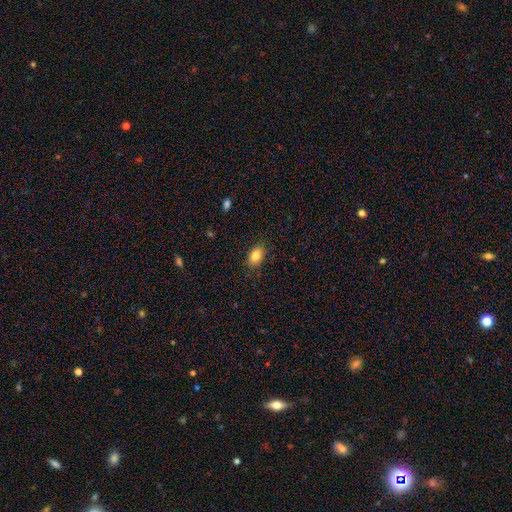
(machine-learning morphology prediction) A smooth galaxy with no disk features (84%) that is in between round and cigar-shaped (88%). Merging: none (86%).